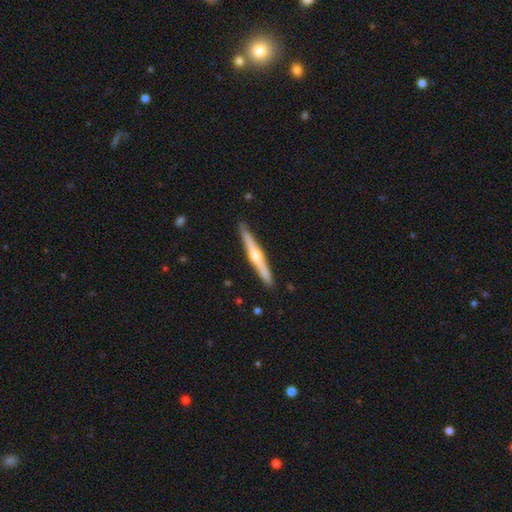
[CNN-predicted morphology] This is likely a featured or disk galaxy (73%). It is clearly viewed edge-on (98%). Edge-on bulge: clearly rounded (92%). Merging: clearly none (91%).